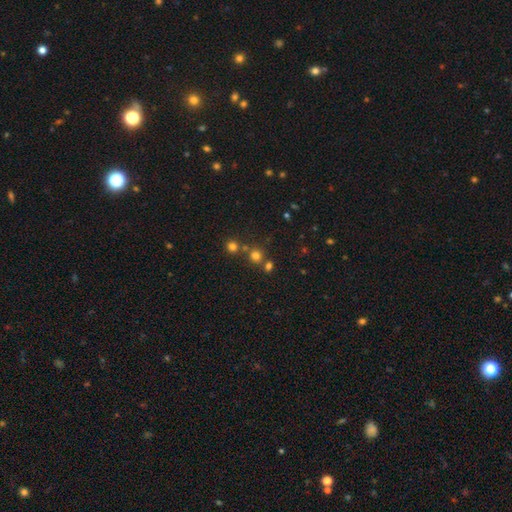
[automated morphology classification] smooth-or-featured: smooth: 70% | star or artifact: 22% | featured or disk: 7%
  how-rounded: round: 88% | in between: 11% | cigar-shaped: 1%
  merging: none: 67% | merger: 23% | minor disturbance: 8% | major disturbance: 3%